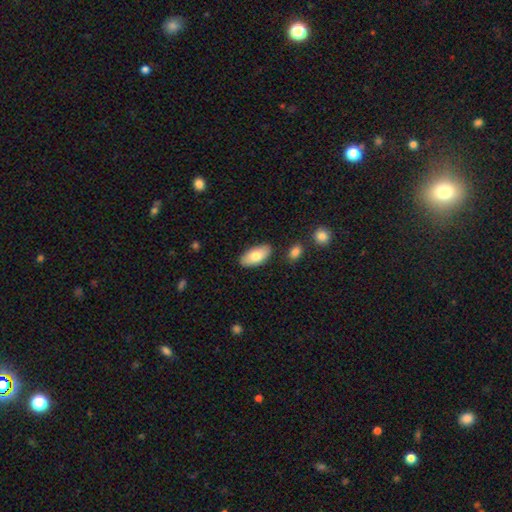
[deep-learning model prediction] Smooth or featured? smooth (77%)
How rounded? in between (93%)
Merging? none (86%)